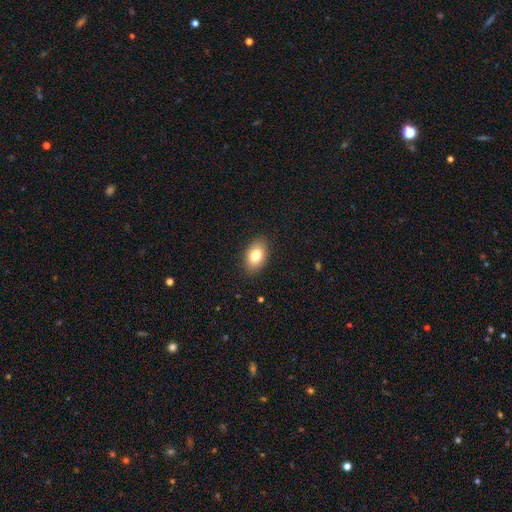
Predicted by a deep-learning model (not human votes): smooth_or_featured: smooth (p=0.81) [alt: featured or disk p=0.11]
how_rounded: in between (p=0.89) [alt: round p=0.10]
merging: none (p=0.87) [alt: minor disturbance p=0.10]